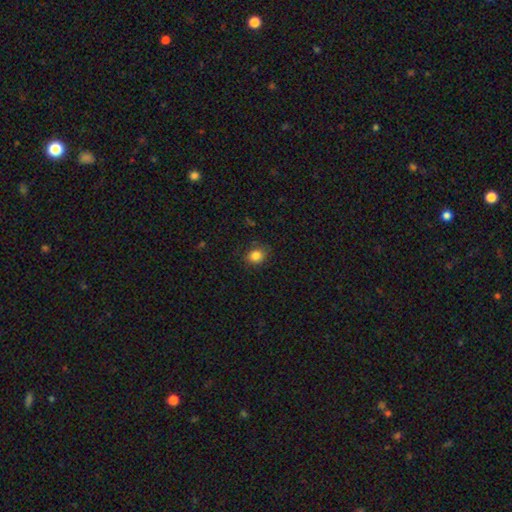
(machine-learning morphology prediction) Overall: smooth (84%). How rounded: round (64%; in between 35%). Merging: none (80%).